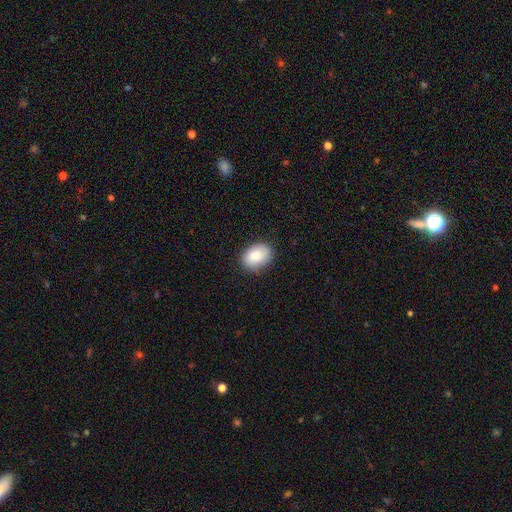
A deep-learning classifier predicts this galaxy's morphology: Smooth or featured: smooth — 84% (featured or disk — 9%)
How rounded: in between — 76% (round — 23%)
Merging: none — 83% (minor disturbance — 13%)